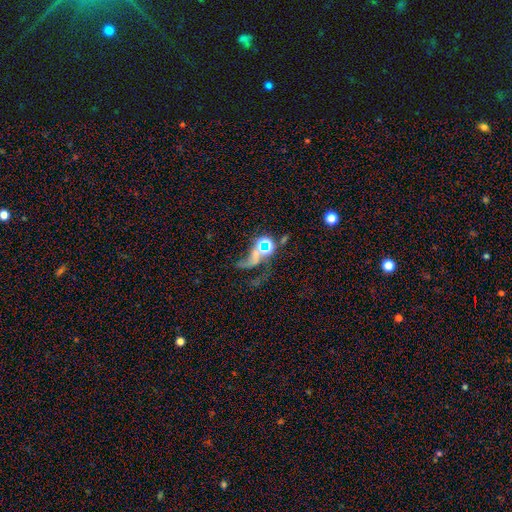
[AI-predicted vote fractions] Smooth or featured: star or artifact — 39% (featured or disk — 36%)